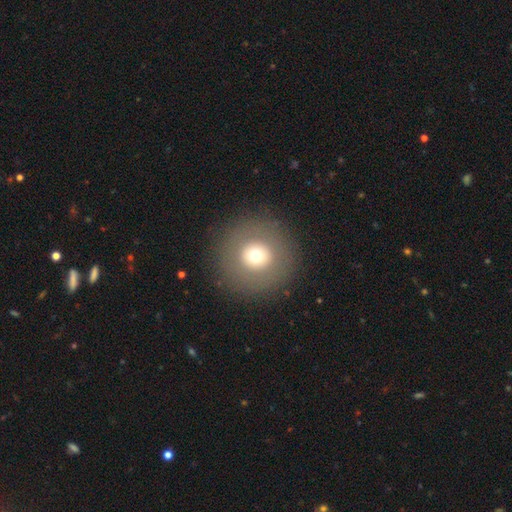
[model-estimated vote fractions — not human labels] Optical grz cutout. It shows a smooth galaxy with no disk features (65%) that is round (96%). Merging: none (89%).